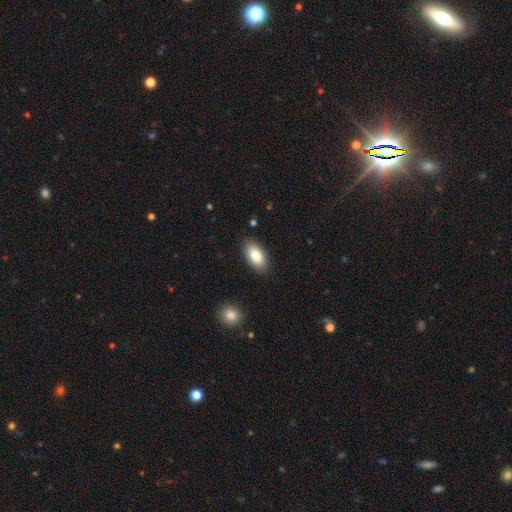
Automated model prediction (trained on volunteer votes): smooth_or_featured: smooth (p=0.82) [alt: featured or disk p=0.11]
how_rounded: in between (p=0.93) [alt: cigar-shaped p=0.04]
merging: none (p=0.87) [alt: minor disturbance p=0.10]